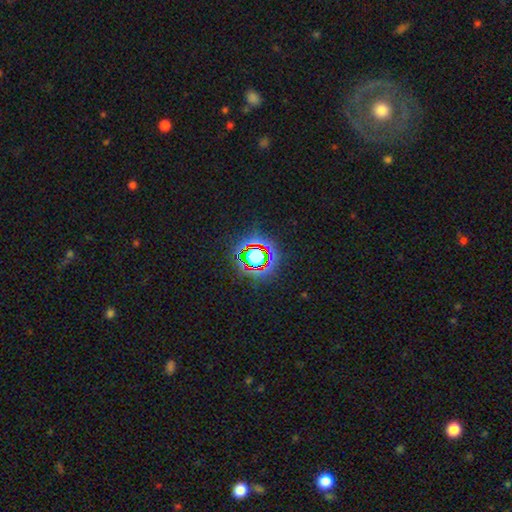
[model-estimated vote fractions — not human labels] A star or artifact, not a galaxy (69%).